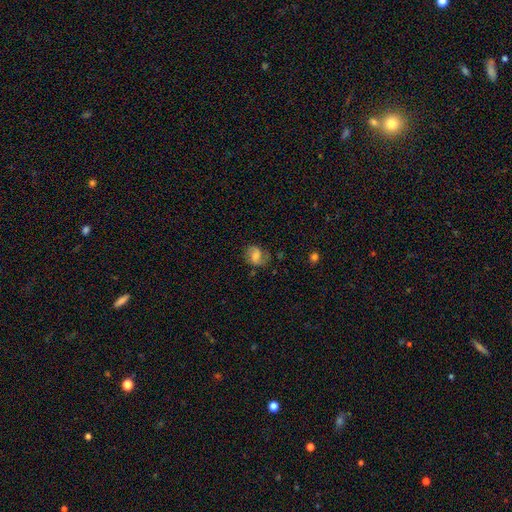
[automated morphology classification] smooth-or-featured: featured or disk: 57% | smooth: 34% | star or artifact: 9%
  disk-edge-on: no: 97% | yes: 3%
    bar: weak: 47% | no: 35% | strong: 19%
    has-spiral-arms: yes: 88% | no: 12%
    bulge-size: moderate: 51% | small: 31% | large: 9% | none: 7% | dominant: 2%
  merging: none: 66% | minor disturbance: 22% | major disturbance: 10% | merger: 2%